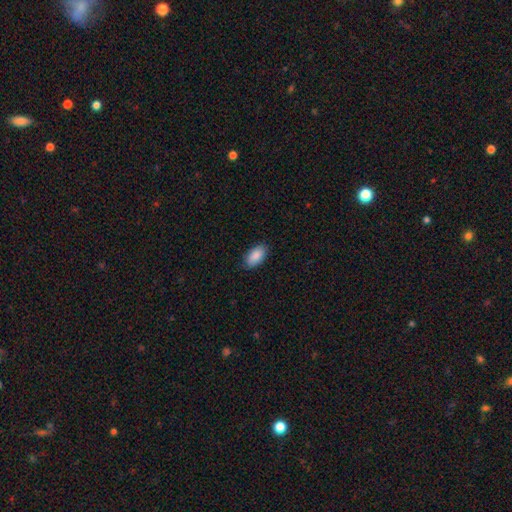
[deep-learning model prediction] smooth-or-featured: smooth: 89% | star or artifact: 6% | featured or disk: 4%
  how-rounded: in between: 95% | round: 3% | cigar-shaped: 2%
  merging: none: 87% | minor disturbance: 10% | major disturbance: 2% | merger: 1%